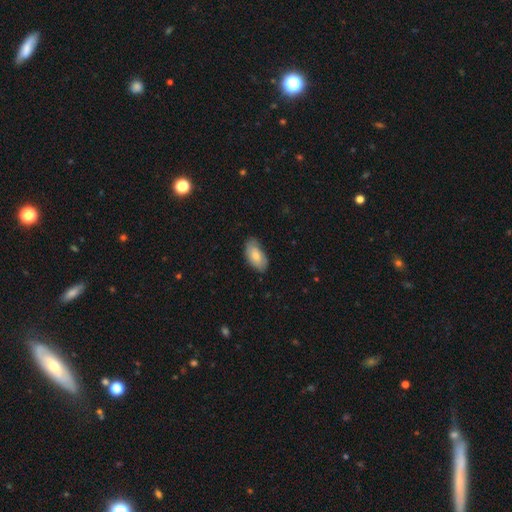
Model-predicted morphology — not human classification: smooth-or-featured: smooth: 73% | featured or disk: 21% | star or artifact: 6%
  how-rounded: in between: 94% | round: 3% | cigar-shaped: 3%
  merging: none: 74% | minor disturbance: 21% | major disturbance: 4% | merger: 1%